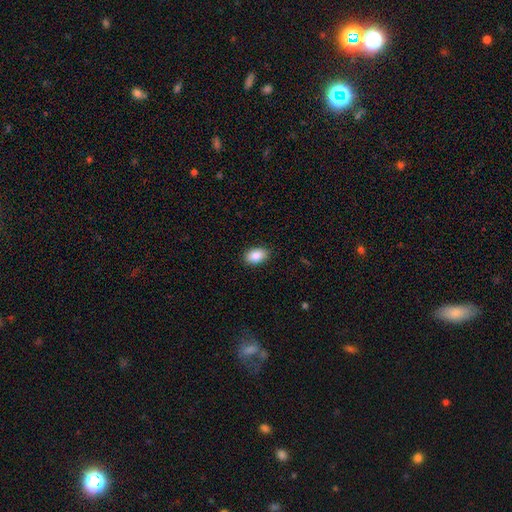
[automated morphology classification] The model was most divided on "merging": none: 89%, minor disturbance: 8%, major disturbance: 2%, merger: 1%. More confident: how rounded — in between (90%); smooth or featured — smooth (87%).